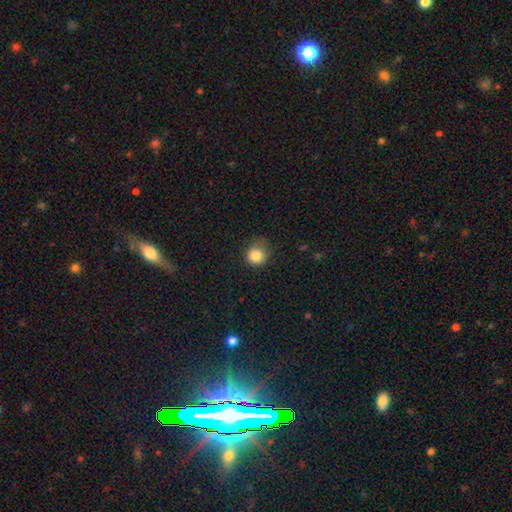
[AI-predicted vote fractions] Smooth or featured?
  - smooth: 84% *
  - star or artifact: 11%
  - featured or disk: 6%
How rounded?
  - round: 87% *
  - in between: 12%
  - cigar-shaped: 1%
Merging?
  - none: 64% *
  - minor disturbance: 27%
  - major disturbance: 8%
  - merger: 1%